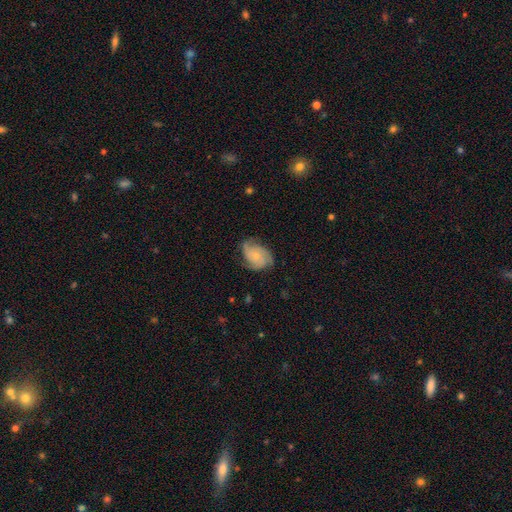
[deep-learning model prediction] A featured or disk galaxy (74%) with no bar (79%), 3 (52%) medium (45%) spiral arms (96%) and a small central bulge (68%).

Vote fractions:
- Smooth or featured? featured or disk: 74% / smooth: 19% / star or artifact: 6%
- Edge-on disk? no: 98% / yes: 2%
- Bar? no: 79% / weak: 19% / strong: 3%
- Spiral arms? yes: 96% / no: 4%
- Spiral winding? medium: 45% / tight: 40% / loose: 16%
- Spiral arm count? 3: 52% / 2: 16% / 4: 12% / can't tell: 11% / 1: 4% / more than 4: 4%
- Bulge size? small: 68% / moderate: 23% / none: 7% / large: 2% / dominant: 1%
- Merging? none: 68% / minor disturbance: 23% / major disturbance: 8% / merger: 1%